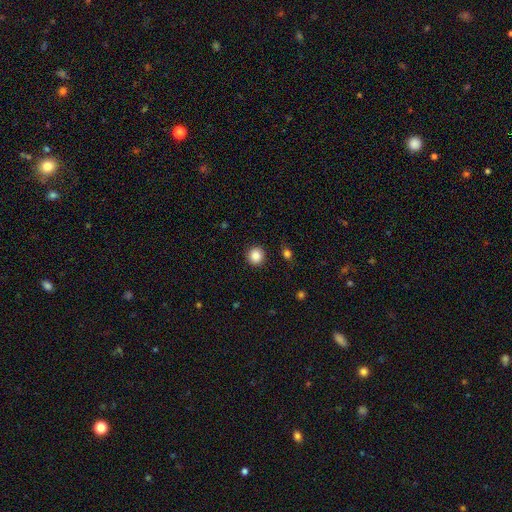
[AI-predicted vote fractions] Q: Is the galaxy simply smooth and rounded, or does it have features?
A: smooth — 86%.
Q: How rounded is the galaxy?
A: round — 94%.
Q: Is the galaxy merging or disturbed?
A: none — 91%.